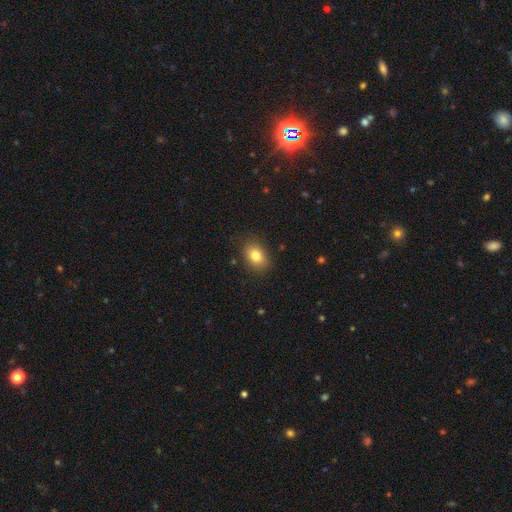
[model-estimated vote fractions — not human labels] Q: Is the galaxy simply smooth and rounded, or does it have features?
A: smooth — 81%.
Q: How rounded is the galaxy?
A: in between — 71%.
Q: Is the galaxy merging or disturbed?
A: none — 85%.